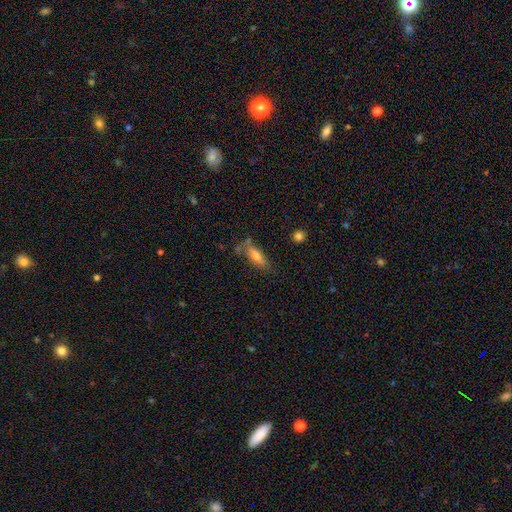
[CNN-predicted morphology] The model was most divided on "how rounded": in between: 54%, cigar-shaped: 44%, round: 3%. More confident: smooth or featured — smooth (65%); merging — none (59%).